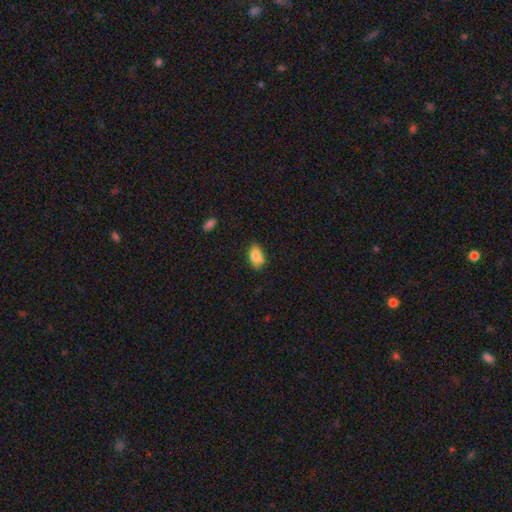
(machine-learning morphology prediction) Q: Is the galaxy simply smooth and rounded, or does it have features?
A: smooth — 84%.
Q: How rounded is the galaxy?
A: in between — 91%.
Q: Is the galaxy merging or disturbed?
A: none — 69%.